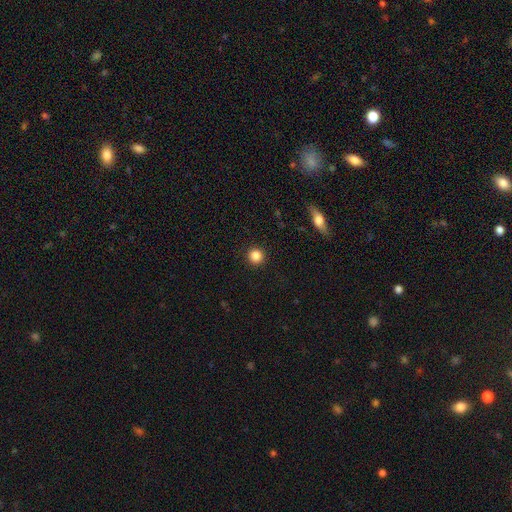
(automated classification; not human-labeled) smooth 85%, star or artifact 11%, featured or disk 4%. Down the decision tree: how rounded — round (95%); merging — none (93%).